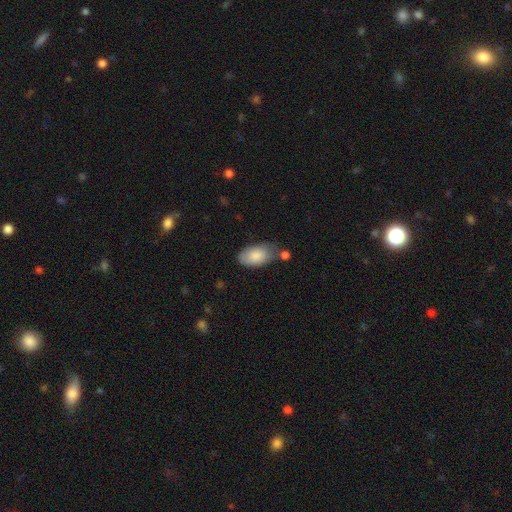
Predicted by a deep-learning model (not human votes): Overall: smooth (84%). How rounded: in between (94%). Merging: none (58%; minor disturbance 24%).